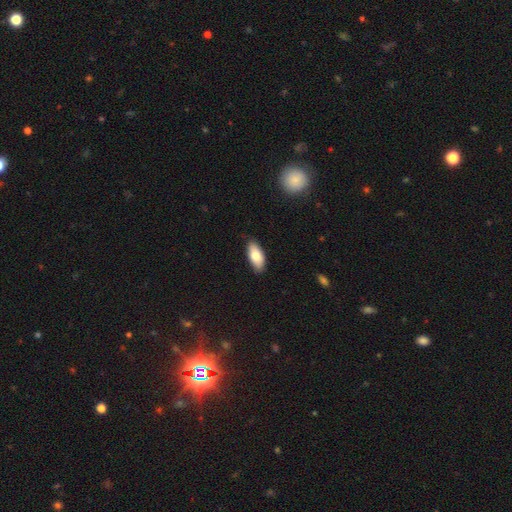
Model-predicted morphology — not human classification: Smooth or featured?
  - smooth: 78% *
  - featured or disk: 16%
  - star or artifact: 6%
How rounded?
  - in between: 90% *
  - cigar-shaped: 8%
  - round: 2%
Merging?
  - none: 87% *
  - minor disturbance: 11%
  - major disturbance: 2%
  - merger: 1%